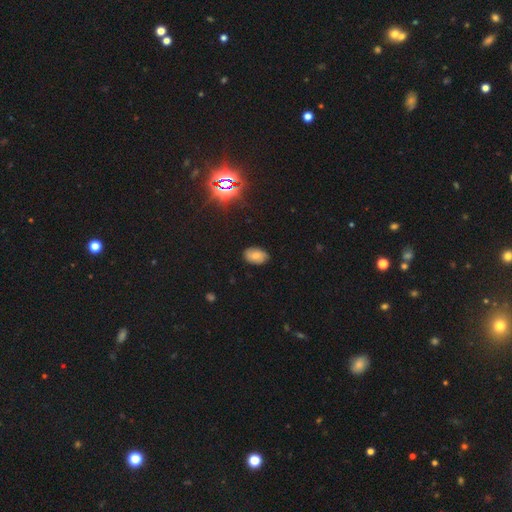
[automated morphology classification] Smooth or featured? smooth (66%)
How rounded? in between (88%)
Merging? none (84%)